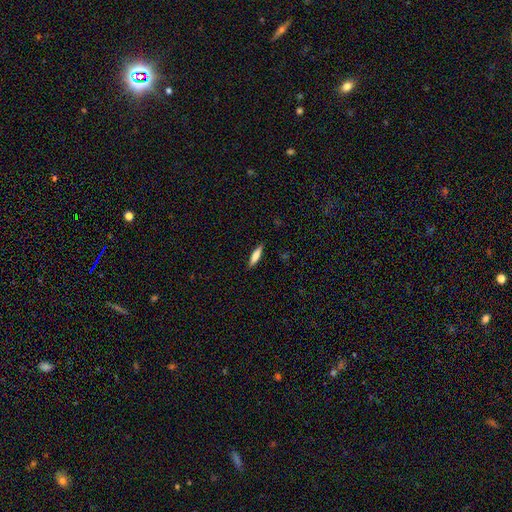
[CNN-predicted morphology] This appears to be a smooth galaxy with no disk features (76%) that is cigar-shaped (73%). Merging: none (88%).